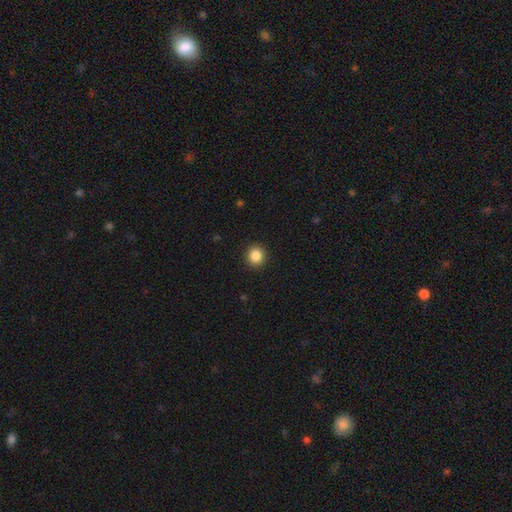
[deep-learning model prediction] A smooth galaxy with no disk features (86%) that is round (88%).

Vote fractions:
- Smooth or featured? smooth: 86% / star or artifact: 10% / featured or disk: 4%
- How rounded? round: 88% / in between: 11% / cigar-shaped: 1%
- Merging? none: 92% / minor disturbance: 5% / major disturbance: 2% / merger: 1%